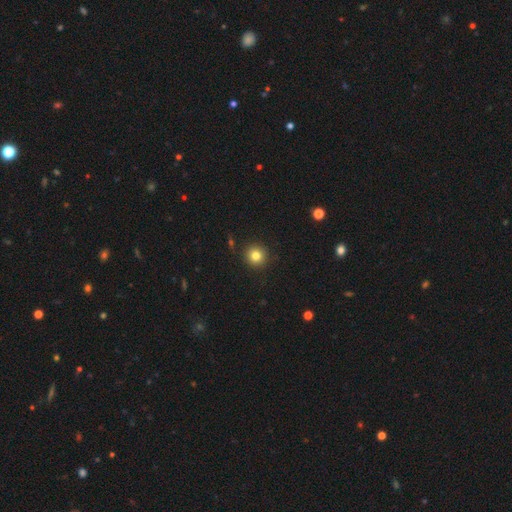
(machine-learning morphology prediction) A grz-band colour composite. It shows a smooth galaxy with no disk features (81%) that is round (95%). Merging: none (91%).